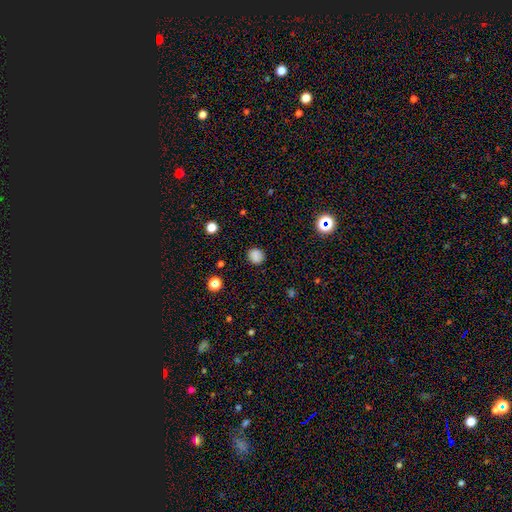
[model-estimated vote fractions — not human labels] smooth-or-featured: smooth: 84% | star or artifact: 12% | featured or disk: 4%
  how-rounded: round: 83% | in between: 16% | cigar-shaped: 1%
  merging: none: 88% | minor disturbance: 9% | major disturbance: 2% | merger: 1%